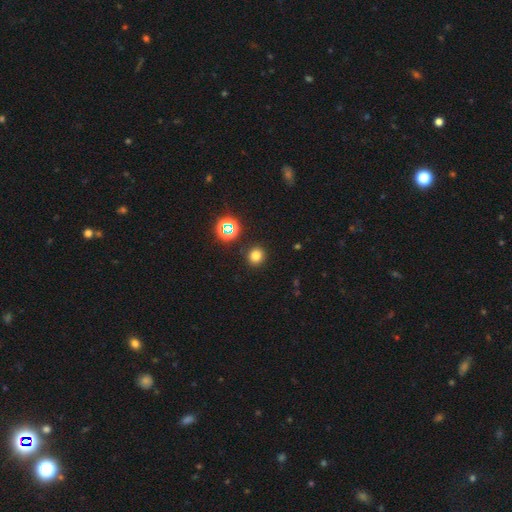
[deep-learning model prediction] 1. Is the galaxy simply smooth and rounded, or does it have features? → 77% smooth, 18% star or artifact, 5% featured or disk.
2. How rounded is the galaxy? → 86% round, 13% in between, 1% cigar-shaped.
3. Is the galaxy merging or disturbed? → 90% none, 6% minor disturbance, 2% major disturbance, 2% merger.